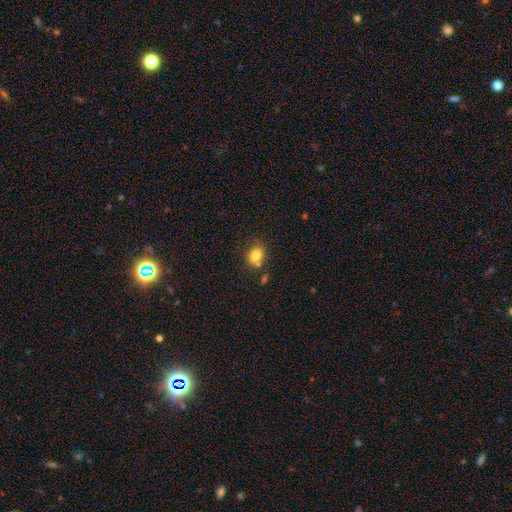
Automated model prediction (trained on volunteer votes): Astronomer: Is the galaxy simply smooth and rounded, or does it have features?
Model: smooth — 82%.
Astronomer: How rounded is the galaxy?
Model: round — 56% (runner-up: in between, 43%).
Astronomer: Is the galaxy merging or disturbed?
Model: none — 62%.